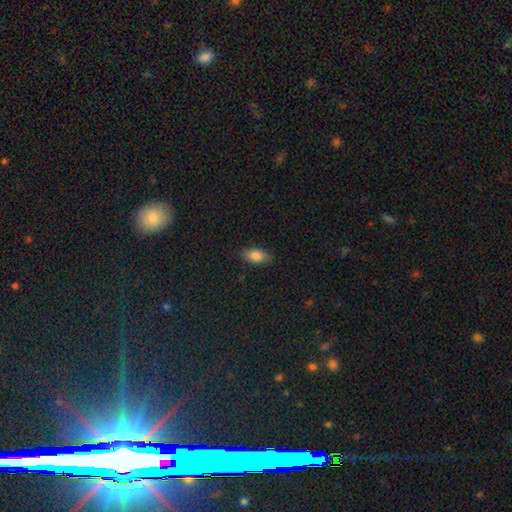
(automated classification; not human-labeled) Smooth or featured: smooth — 84% (star or artifact — 8%)
How rounded: in between — 90% (round — 7%)
Merging: none — 81% (minor disturbance — 15%)